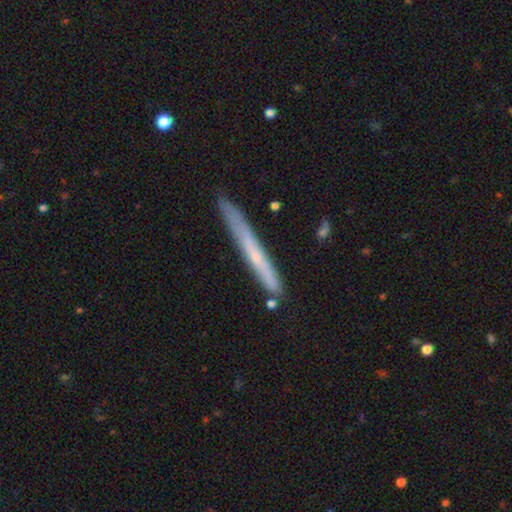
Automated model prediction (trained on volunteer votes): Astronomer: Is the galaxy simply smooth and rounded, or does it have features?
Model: featured or disk — 47% (runner-up: smooth, 46%).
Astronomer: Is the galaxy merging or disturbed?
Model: none — 78%.